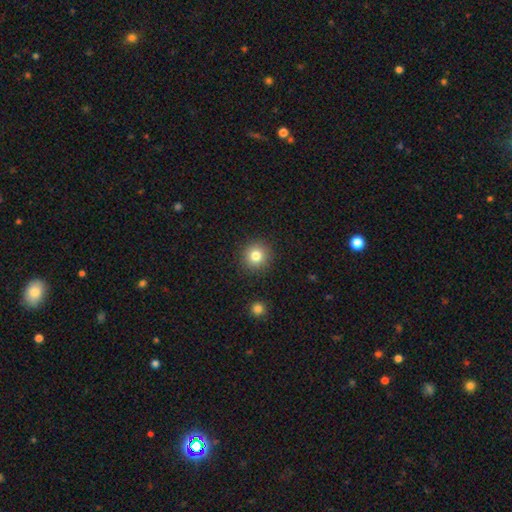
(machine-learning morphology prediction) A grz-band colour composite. It shows a smooth galaxy with no disk features (81%) that is round (94%). Merging: none (91%).